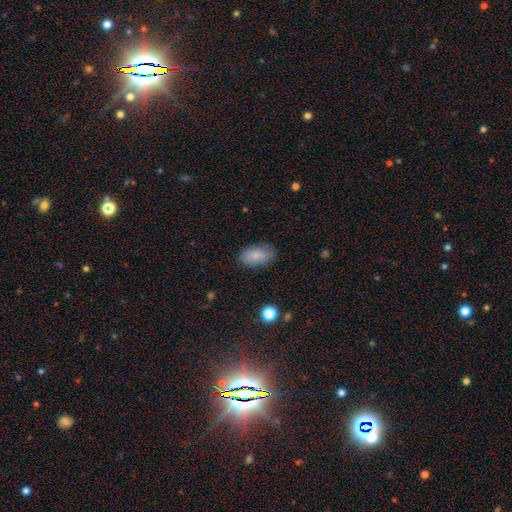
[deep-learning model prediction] Q: Smooth or featured?
A: smooth (83%); runner-up: featured or disk (9%)
Q: How rounded?
A: in between (93%); runner-up: round (5%)
Q: Merging?
A: none (81%); runner-up: minor disturbance (14%)